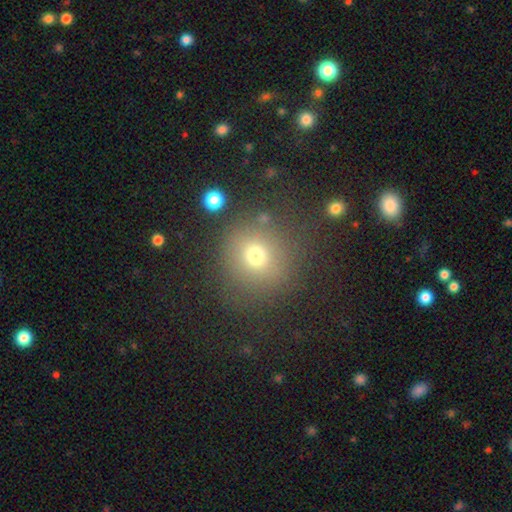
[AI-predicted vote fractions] Overall: smooth (71%). How rounded: round (89%). Merging: none (80%).